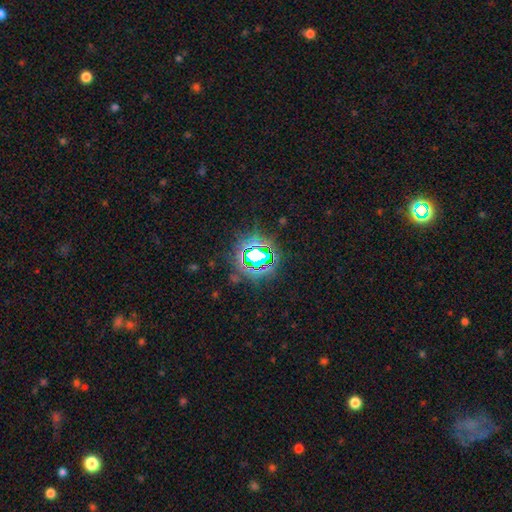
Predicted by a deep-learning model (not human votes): star or artifact 76%, smooth 15%, featured or disk 10%.